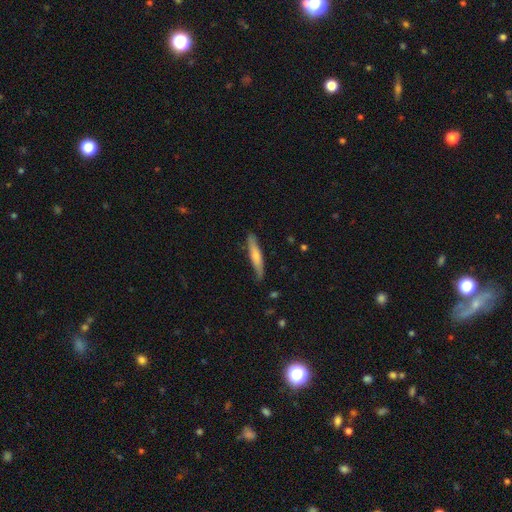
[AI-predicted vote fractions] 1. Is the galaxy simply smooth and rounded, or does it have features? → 62% smooth, 33% featured or disk, 5% star or artifact.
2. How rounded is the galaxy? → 89% cigar-shaped, 9% in between, 1% round.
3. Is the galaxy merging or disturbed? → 81% none, 15% minor disturbance, 2% major disturbance, 1% merger.